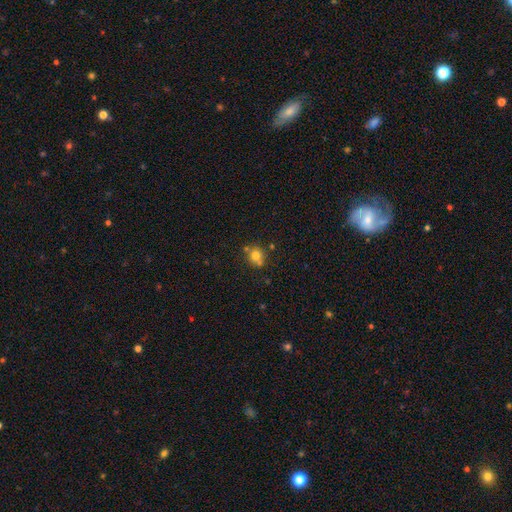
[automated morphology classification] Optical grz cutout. It shows a smooth galaxy with no disk features (76%) that is round (79%). Merging: none (63%).